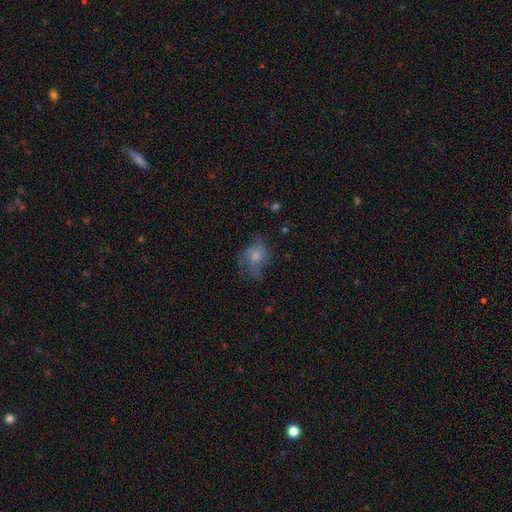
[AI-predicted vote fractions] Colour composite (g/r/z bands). It shows a smooth galaxy with no disk features (55%) that is in between round and cigar-shaped (61%). Merging: none (42%).